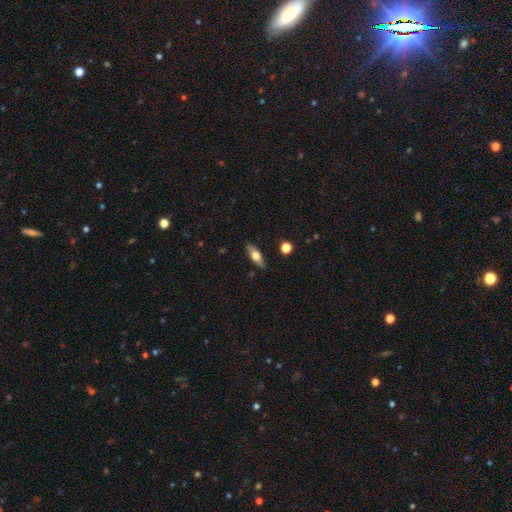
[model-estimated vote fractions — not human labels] This appears to be a smooth galaxy with no disk features (53%) that is in between round and cigar-shaped (59%). Merging: none (87%).